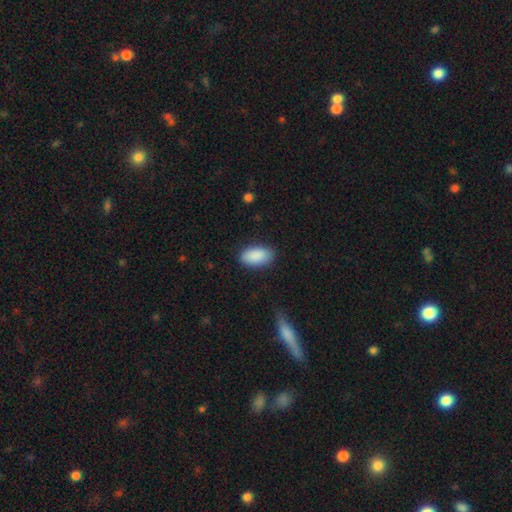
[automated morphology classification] smooth_or_featured: smooth (p=0.90) [alt: star or artifact p=0.06]
how_rounded: in between (p=0.94) [alt: round p=0.03]
merging: none (p=0.85) [alt: minor disturbance p=0.11]